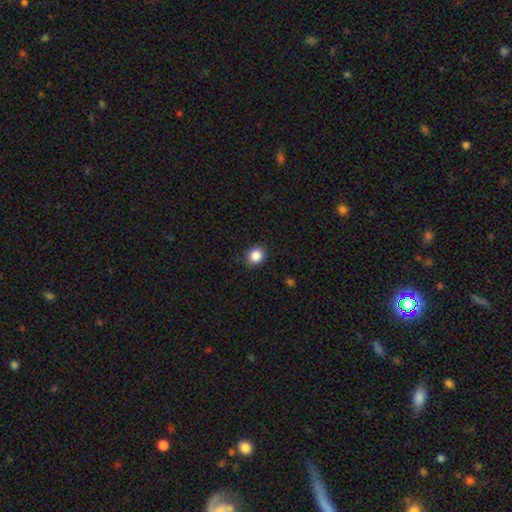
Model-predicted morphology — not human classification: The model was most divided on "how rounded": round: 77%, in between: 22%, cigar-shaped: 1%. More confident: merging — none (89%); smooth or featured — smooth (87%).